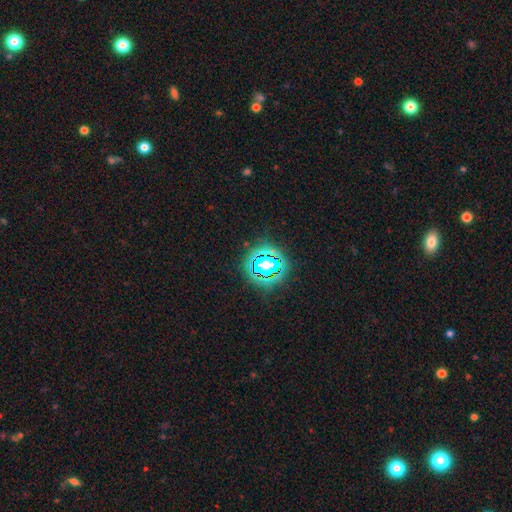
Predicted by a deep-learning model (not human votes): This appears to be a star or artifact, not a galaxy (81%).